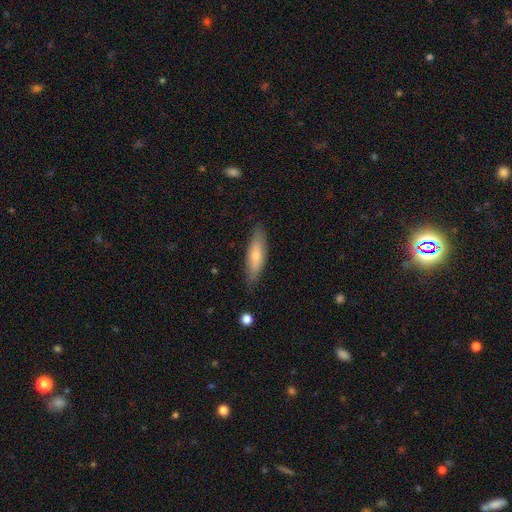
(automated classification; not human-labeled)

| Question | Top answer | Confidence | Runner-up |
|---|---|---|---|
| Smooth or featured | smooth | 66% | featured or disk (29%) |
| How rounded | cigar-shaped | 61% | in between (37%) |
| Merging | none | 83% | minor disturbance (13%) |